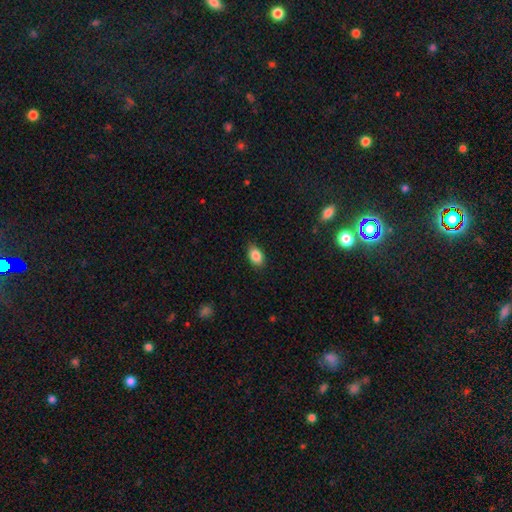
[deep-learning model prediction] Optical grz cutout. It shows a smooth galaxy with no disk features (86%) that is in between round and cigar-shaped (87%). Merging: none (84%).